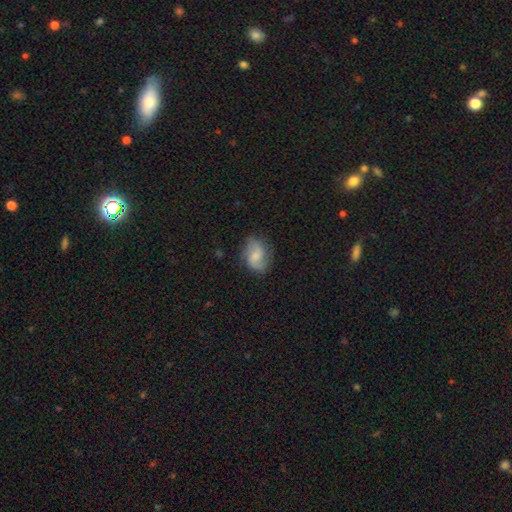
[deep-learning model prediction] Smooth or featured?
  - smooth: 48% *
  - featured or disk: 44%
  - star or artifact: 8%
Merging?
  - none: 69% *
  - minor disturbance: 22%
  - major disturbance: 8%
  - merger: 1%